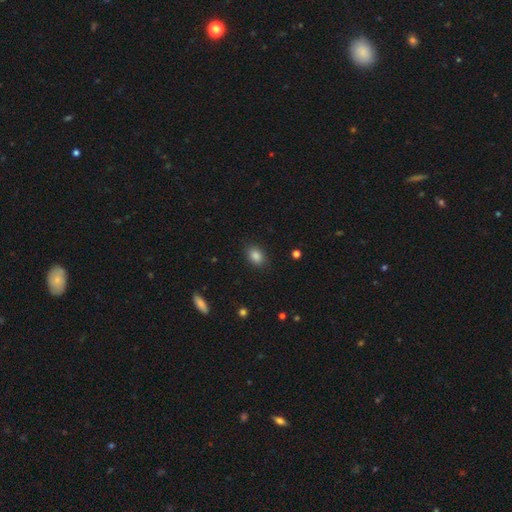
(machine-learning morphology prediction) Overall: smooth (85%). How rounded: in between (71%). Merging: none (86%).